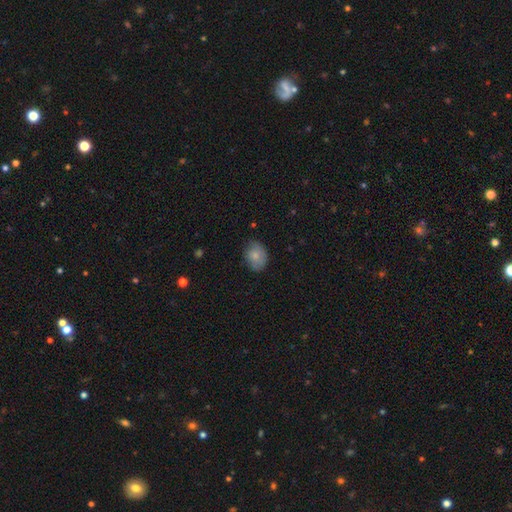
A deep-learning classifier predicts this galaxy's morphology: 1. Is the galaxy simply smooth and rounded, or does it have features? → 75% smooth, 18% featured or disk, 7% star or artifact.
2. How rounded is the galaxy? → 61% in between, 38% round, 1% cigar-shaped.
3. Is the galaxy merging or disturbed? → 68% none, 26% minor disturbance, 5% major disturbance, 1% merger.